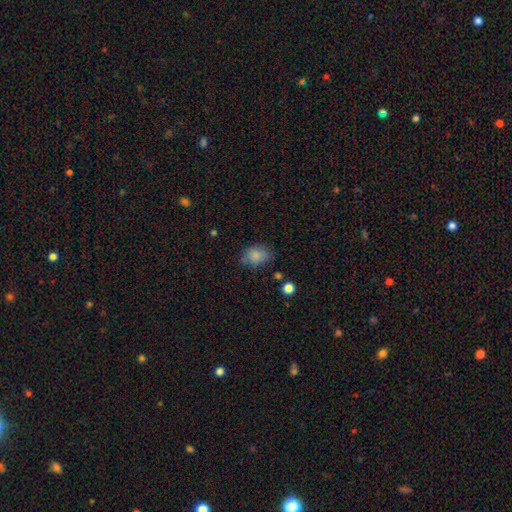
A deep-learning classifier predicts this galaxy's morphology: A smooth galaxy with no disk features (83%) that is in between round and cigar-shaped (71%).

Vote fractions:
- Smooth or featured? smooth: 83% / star or artifact: 9% / featured or disk: 7%
- How rounded? in between: 71% / round: 28% / cigar-shaped: 1%
- Merging? none: 68% / minor disturbance: 23% / major disturbance: 7% / merger: 2%